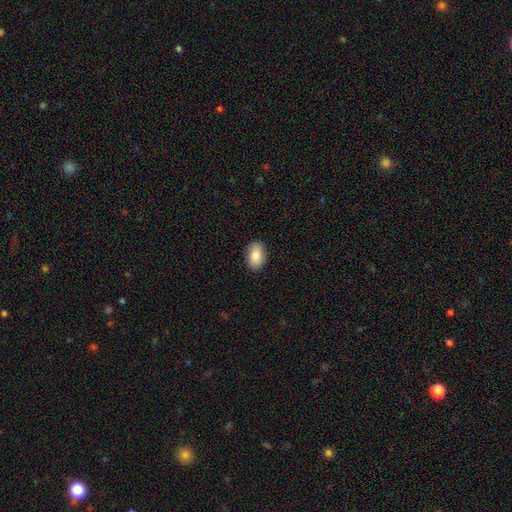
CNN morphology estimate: This is clearly a smooth galaxy (86%). How rounded: clearly in between (91%). Merging: clearly none (87%).